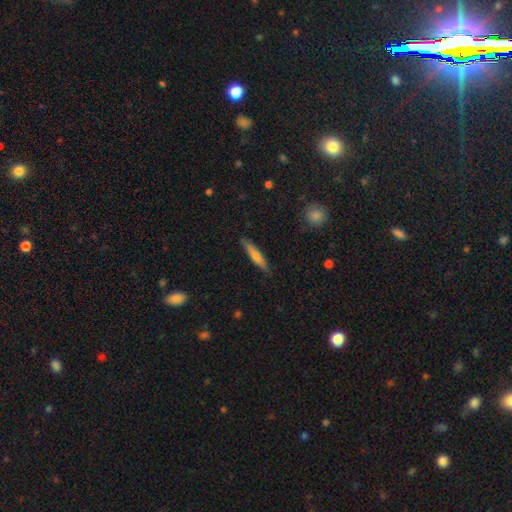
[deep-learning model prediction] A smooth galaxy with no disk features (64%) that is cigar-shaped (89%).

Vote fractions:
- Smooth or featured? smooth: 64% / featured or disk: 30% / star or artifact: 6%
- How rounded? cigar-shaped: 89% / in between: 9% / round: 2%
- Merging? none: 86% / minor disturbance: 10% / major disturbance: 2% / merger: 1%